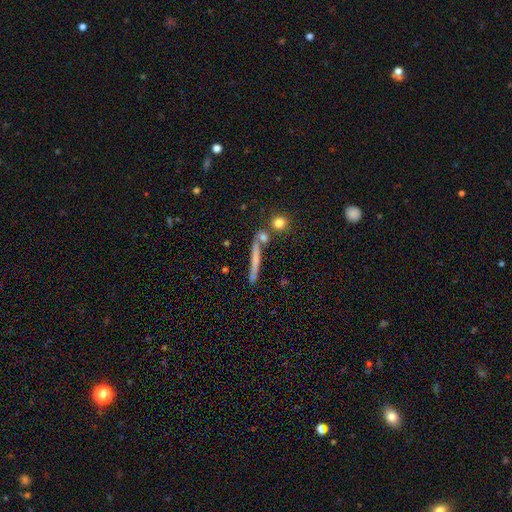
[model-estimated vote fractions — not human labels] Overall: smooth (49%; featured or disk 40%). Merging: none (77%).